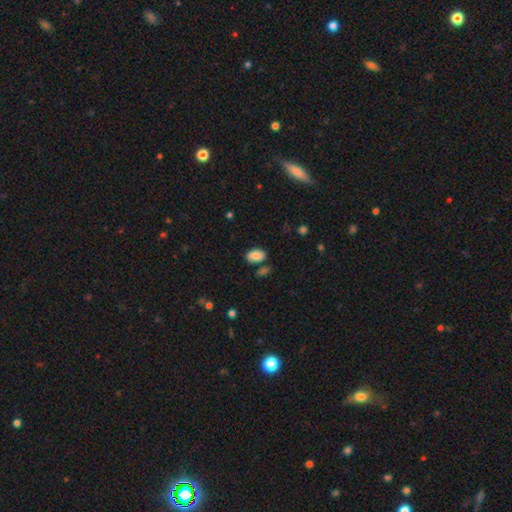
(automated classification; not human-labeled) Smooth or featured?
  - smooth: 84% *
  - star or artifact: 8%
  - featured or disk: 8%
How rounded?
  - in between: 91% *
  - round: 7%
  - cigar-shaped: 2%
Merging?
  - none: 70% *
  - minor disturbance: 16%
  - merger: 9%
  - major disturbance: 4%